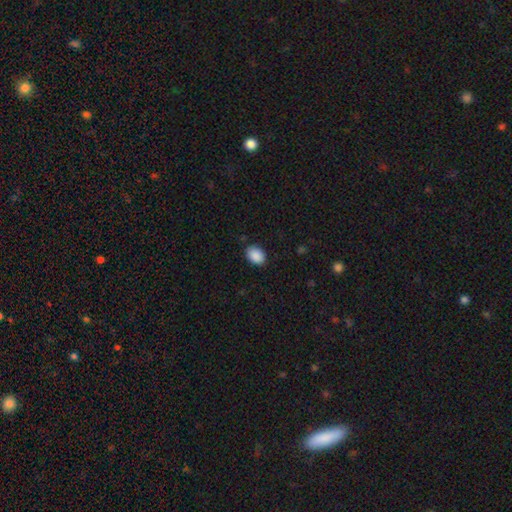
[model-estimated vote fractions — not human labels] Morphology: type=smooth (90%); roundness=in between (77%); merging=none (85%).